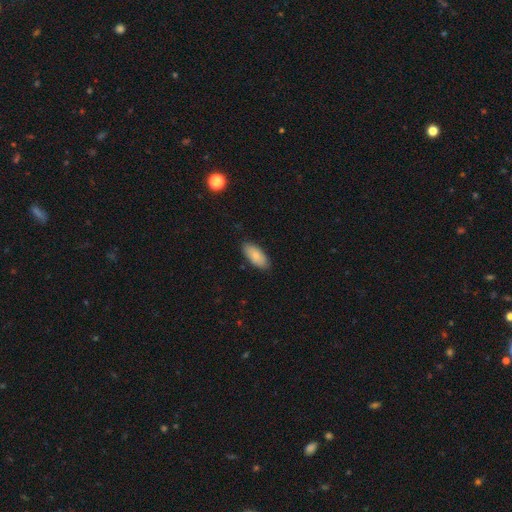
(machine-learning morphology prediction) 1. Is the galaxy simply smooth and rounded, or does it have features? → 83% smooth, 10% featured or disk, 6% star or artifact.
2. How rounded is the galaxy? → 88% in between, 11% cigar-shaped, 2% round.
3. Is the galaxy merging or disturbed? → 85% none, 12% minor disturbance, 2% major disturbance, 1% merger.